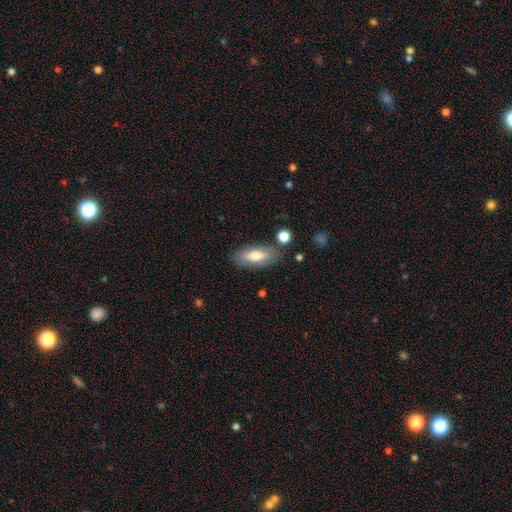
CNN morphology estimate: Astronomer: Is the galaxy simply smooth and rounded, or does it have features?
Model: smooth — 71%.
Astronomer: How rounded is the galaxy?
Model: in between — 78%.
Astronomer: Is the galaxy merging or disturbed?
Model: none — 78%.